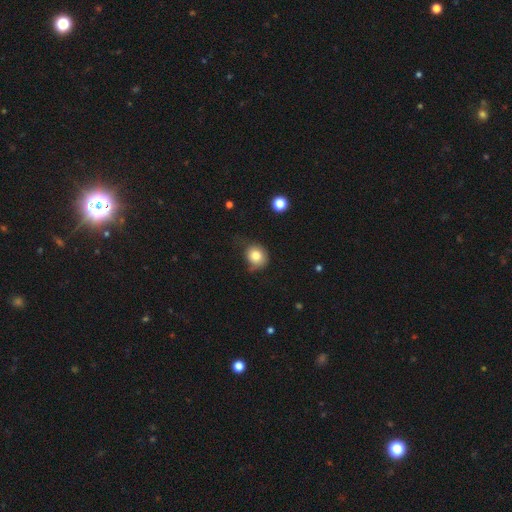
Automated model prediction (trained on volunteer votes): A smooth galaxy with no disk features (80%) that is round (77%). Merging: none (55%).